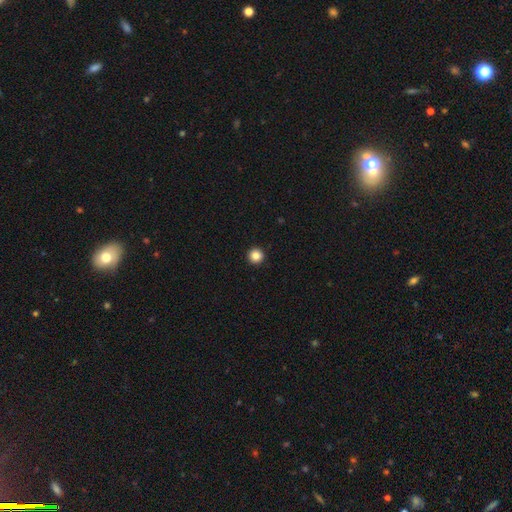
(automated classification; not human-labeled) Smooth or featured: smooth — 85% (star or artifact — 11%)
How rounded: round — 97% (in between — 2%)
Merging: none — 94% (minor disturbance — 3%)